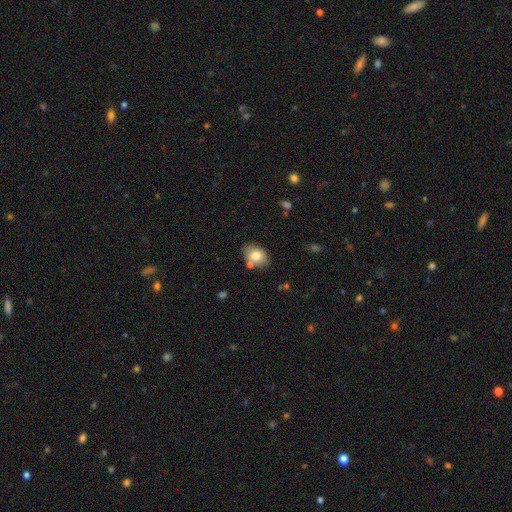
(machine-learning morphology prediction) smooth_or_featured: smooth (p=0.78) [alt: featured or disk p=0.15]
how_rounded: in between (p=0.78) [alt: round p=0.21]
merging: none (p=0.72) [alt: minor disturbance p=0.15]